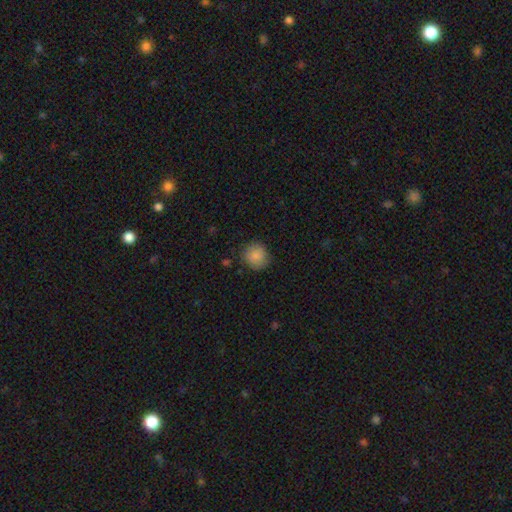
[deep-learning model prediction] Smooth or featured? smooth (87%)
How rounded? round (89%)
Merging? none (83%)